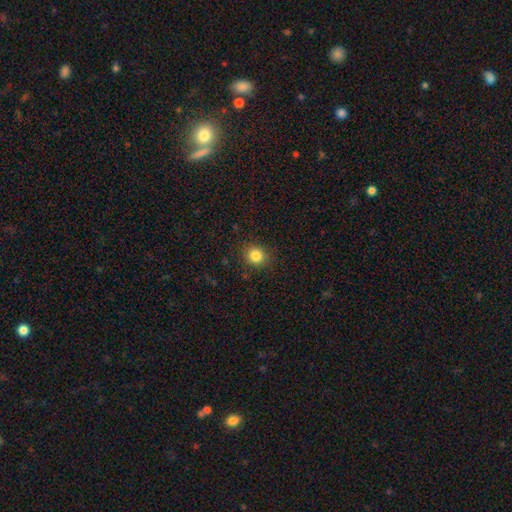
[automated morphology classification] smooth 83%, star or artifact 12%, featured or disk 5%. Down the decision tree: how rounded — round (82%); merging — none (88%).